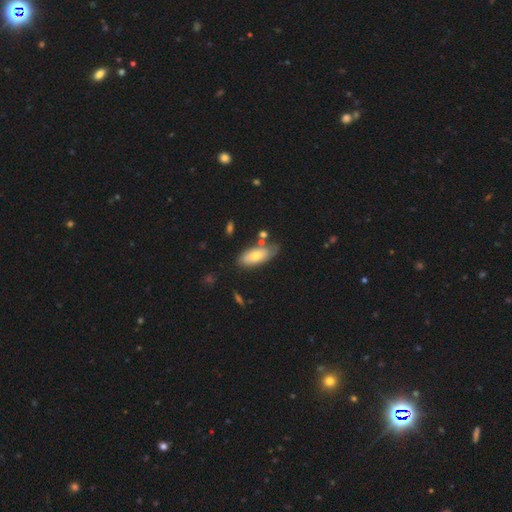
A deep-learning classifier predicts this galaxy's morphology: Smooth or featured: smooth — 67% (featured or disk — 26%)
How rounded: in between — 85% (cigar-shaped — 13%)
Merging: none — 63% (minor disturbance — 23%)